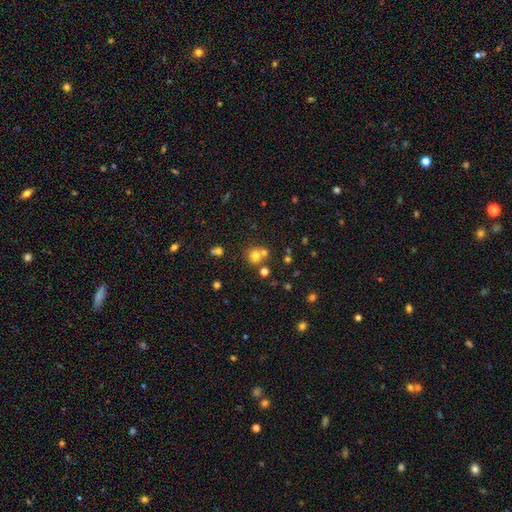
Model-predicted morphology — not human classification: The model was most divided on "merging": none: 56%, merger: 33%, minor disturbance: 8%, major disturbance: 3%. More confident: how rounded — round (85%); smooth or featured — smooth (69%).